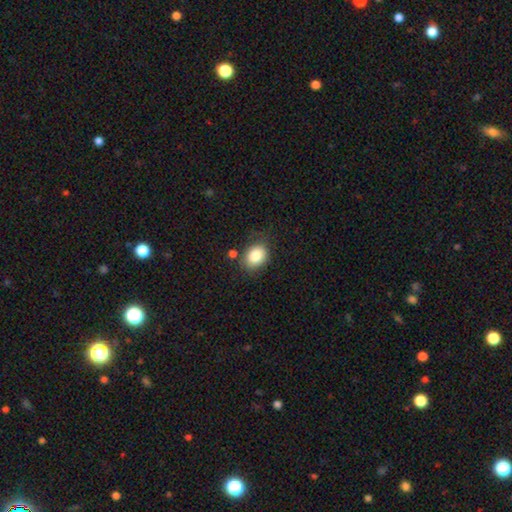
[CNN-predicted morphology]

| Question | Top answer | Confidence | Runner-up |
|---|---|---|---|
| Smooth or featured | smooth | 84% | star or artifact (9%) |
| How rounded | in between | 62% | round (37%) |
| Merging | none | 72% | minor disturbance (17%) |